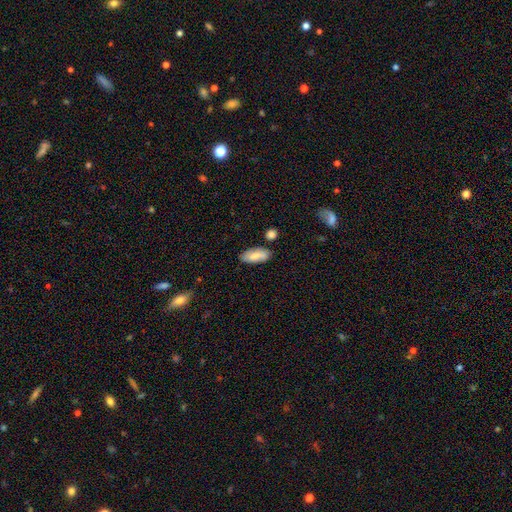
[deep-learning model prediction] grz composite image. It shows a smooth galaxy with no disk features (78%) that is in between round and cigar-shaped (86%). Merging: none (78%).